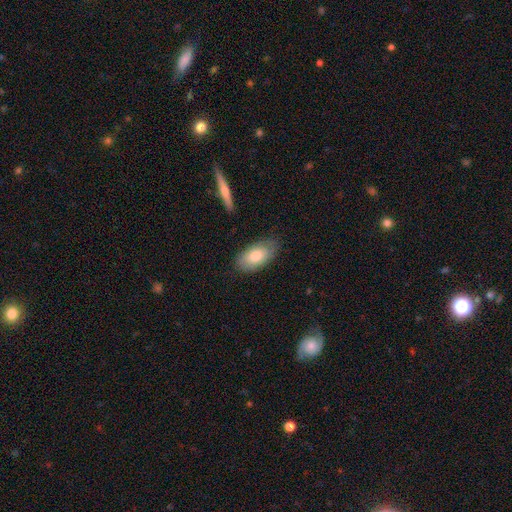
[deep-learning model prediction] This is likely a smooth galaxy (77%). How rounded: clearly in between (93%). Merging: likely none (77%).